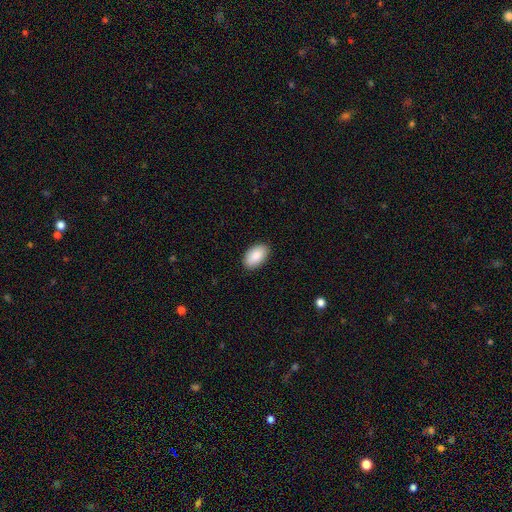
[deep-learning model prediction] smooth-or-featured: smooth: 88% | star or artifact: 6% | featured or disk: 6%
  how-rounded: in between: 95% | round: 4% | cigar-shaped: 1%
  merging: none: 89% | minor disturbance: 9% | major disturbance: 2% | merger: 1%